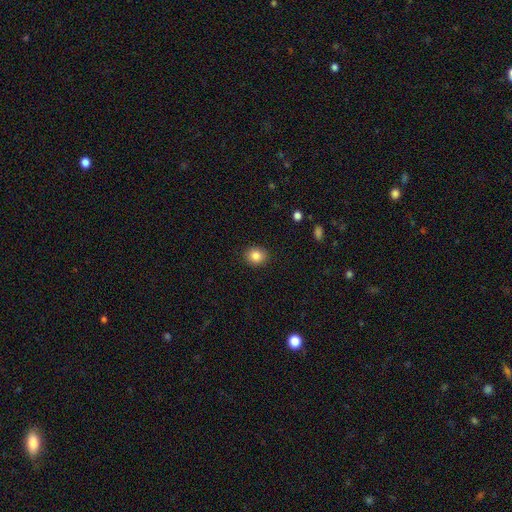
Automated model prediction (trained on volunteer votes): The model was most divided on "how rounded": round: 74%, in between: 25%, cigar-shaped: 1%. More confident: merging — none (90%); smooth or featured — smooth (85%).